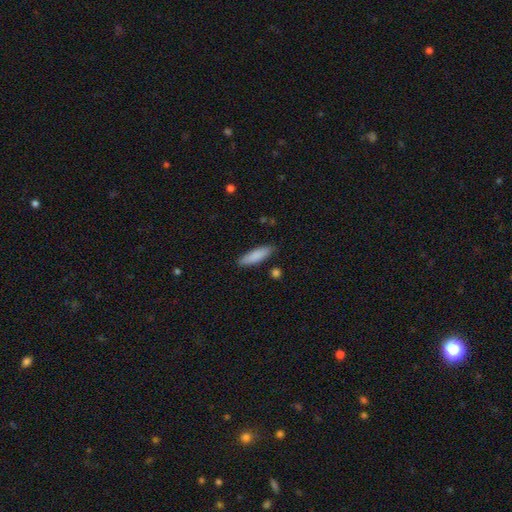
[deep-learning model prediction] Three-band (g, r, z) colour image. It shows a smooth galaxy with no disk features (86%) that is cigar-shaped (56%). Merging: none (85%).